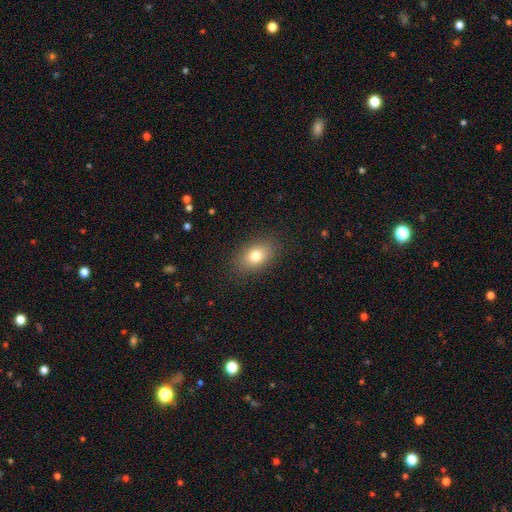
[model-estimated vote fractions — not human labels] smooth 79%, featured or disk 11%, star or artifact 10%. Down the decision tree: how rounded — in between (80%); merging — none (87%).